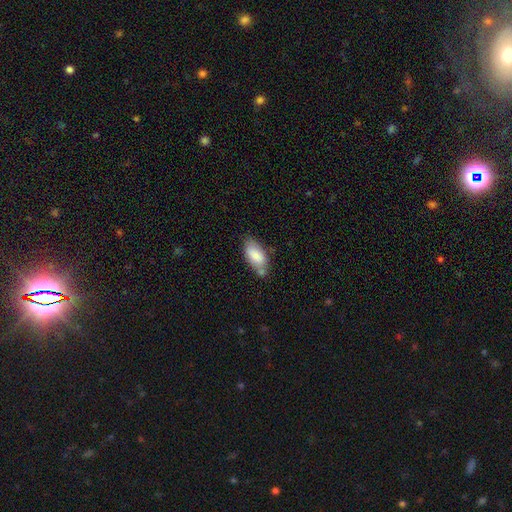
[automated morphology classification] smooth 81%, featured or disk 13%, star or artifact 6%. Down the decision tree: how rounded — in between (91%); merging — none (58%).